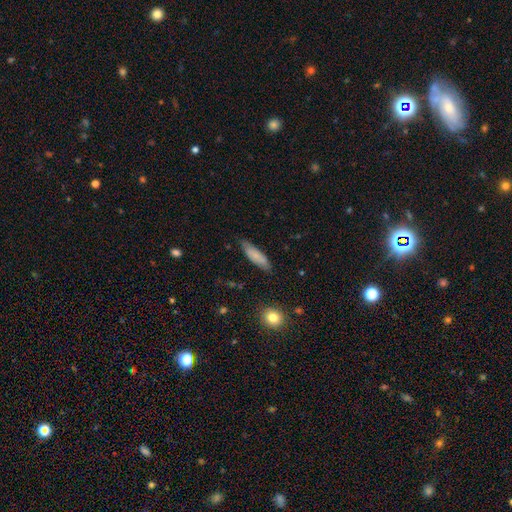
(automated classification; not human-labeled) This is likely a smooth galaxy (78%). How rounded: possibly cigar-shaped (59%). Merging: likely none (80%).